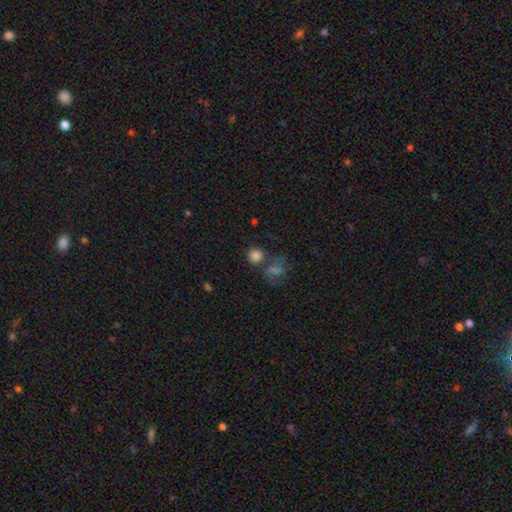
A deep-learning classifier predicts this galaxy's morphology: Smooth or featured? smooth (80%)
How rounded? round (87%)
Merging? none (57%)